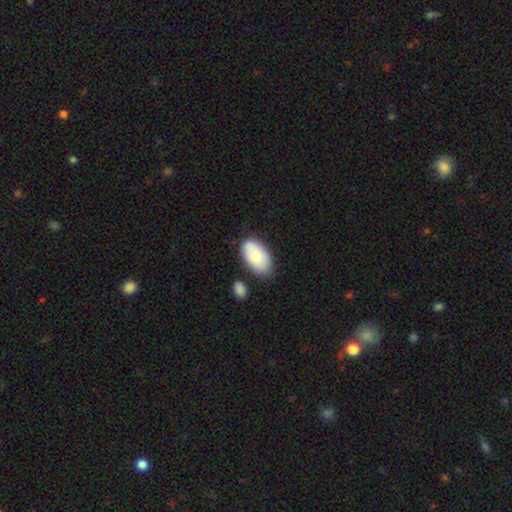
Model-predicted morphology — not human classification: Smooth or featured: smooth — 79% (featured or disk — 16%)
How rounded: in between — 95% (round — 3%)
Merging: none — 69% (minor disturbance — 19%)